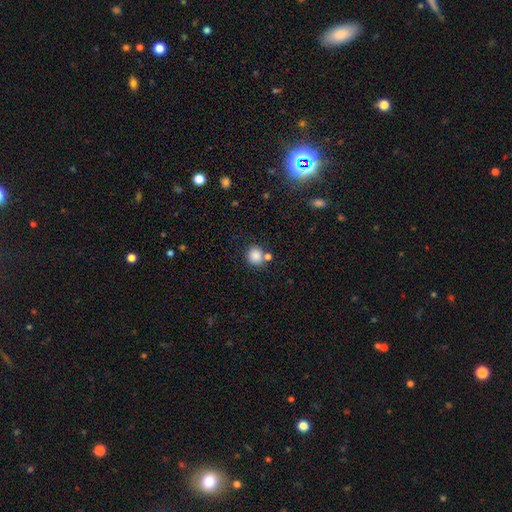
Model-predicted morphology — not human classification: The model was most divided on "merging": none: 69%, merger: 17%, minor disturbance: 11%, major disturbance: 4%. More confident: smooth or featured — smooth (85%); how rounded — round (85%).